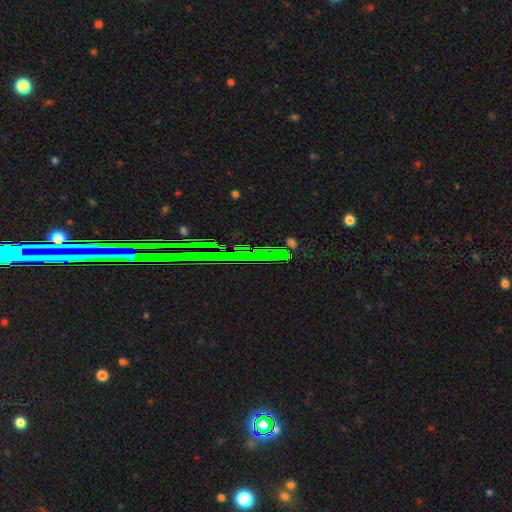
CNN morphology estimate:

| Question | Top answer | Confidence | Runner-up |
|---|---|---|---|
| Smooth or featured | star or artifact | 80% | featured or disk (11%) |